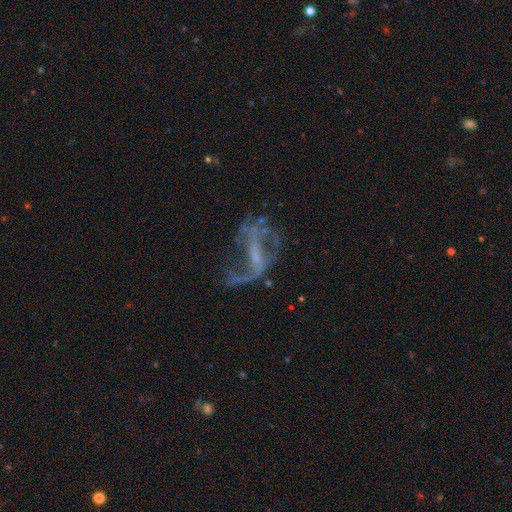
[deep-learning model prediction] This appears to be a featured or disk galaxy (77%) with a weak bar (39%), 2 (57%) loose (76%) spiral arms (69%) and a small central bulge (51%). Merging: major disturbance (41%).